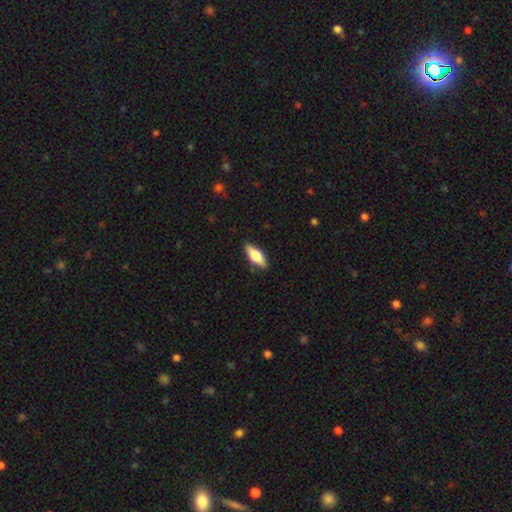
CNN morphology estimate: A smooth galaxy with no disk features (59%) that is in between round and cigar-shaped (68%). Merging: none (87%).